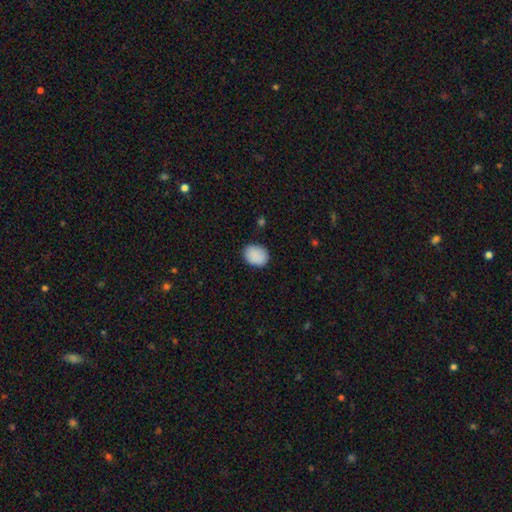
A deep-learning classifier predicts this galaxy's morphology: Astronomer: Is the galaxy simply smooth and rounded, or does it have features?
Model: smooth — 89%.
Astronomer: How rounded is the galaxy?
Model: in between — 51% (runner-up: round, 49%).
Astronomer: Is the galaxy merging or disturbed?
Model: none — 85%.